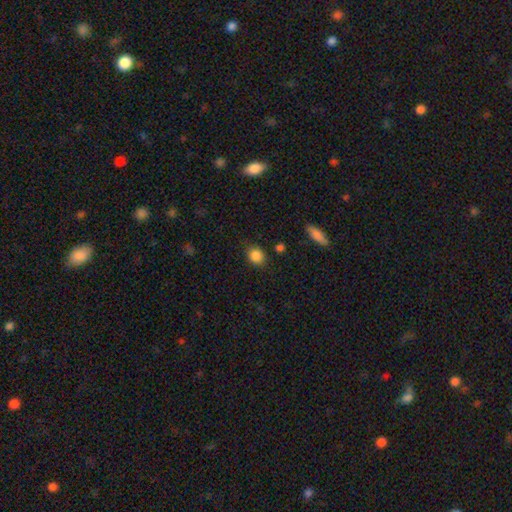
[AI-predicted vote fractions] This appears to be a smooth galaxy with no disk features (86%) that is round (70%). Merging: none (80%).